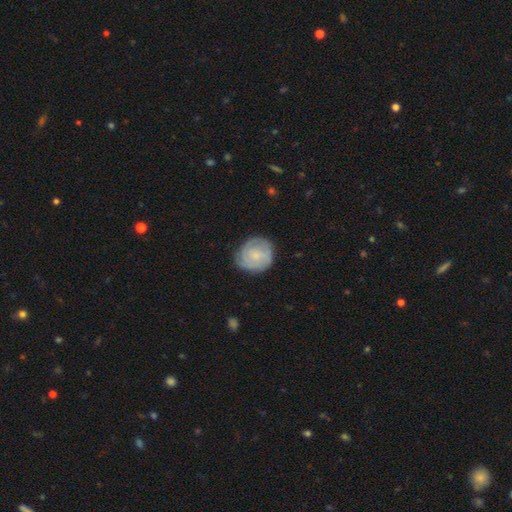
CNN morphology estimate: This is possibly a featured or disk galaxy (57%). It is clearly not viewed edge-on (98%). Bar: likely no (72%). Spiral arm pattern: clearly yes (85%). Central bulge: likely small (64%). Merging: likely none (74%).